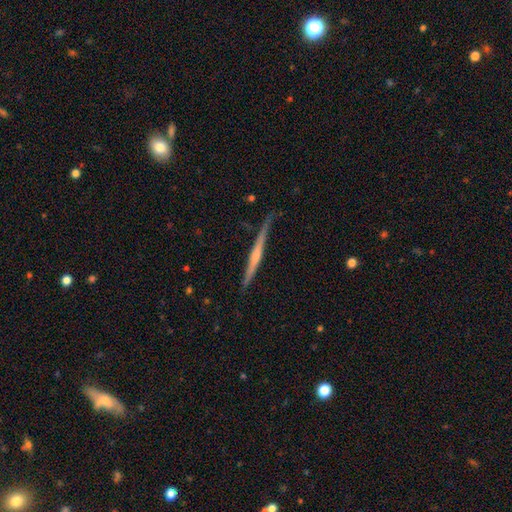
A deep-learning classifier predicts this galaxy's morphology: A featured or disk galaxy (67%) viewed edge-on (97%) with a rounded central bulge (50%). Merging: none (76%).